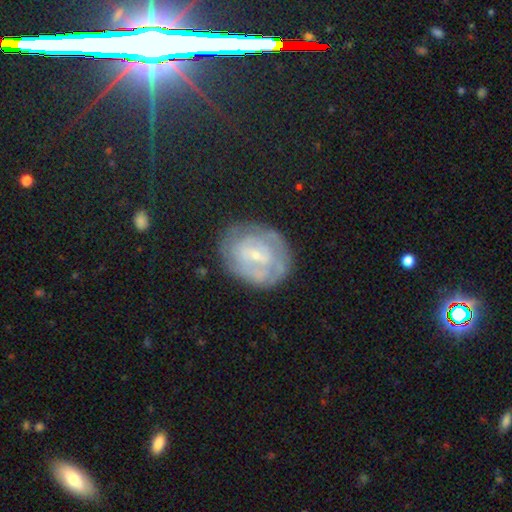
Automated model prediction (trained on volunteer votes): Q: Smooth or featured?
A: featured or disk (68%); runner-up: smooth (24%)
Q: Edge-on disk?
A: no (97%); runner-up: yes (3%)
Q: Bar?
A: weak (49%); runner-up: no (37%)
Q: Spiral arms?
A: yes (69%); runner-up: no (31%)
Q: Bulge size?
A: small (72%); runner-up: moderate (21%)
Q: Merging?
A: none (71%); runner-up: minor disturbance (18%)